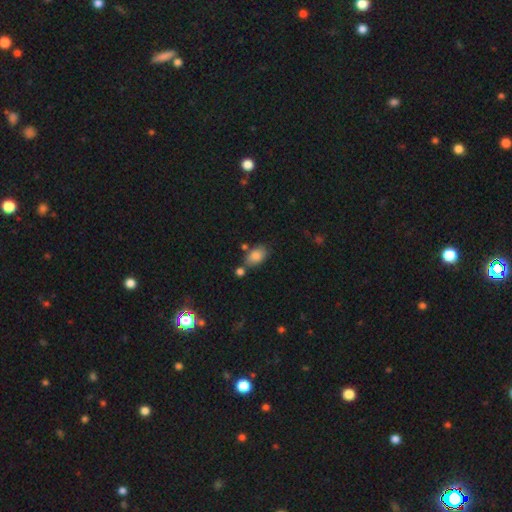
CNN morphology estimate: Q: Smooth or featured?
A: smooth (83%); runner-up: star or artifact (8%)
Q: How rounded?
A: in between (89%); runner-up: round (10%)
Q: Merging?
A: none (65%); runner-up: minor disturbance (18%)